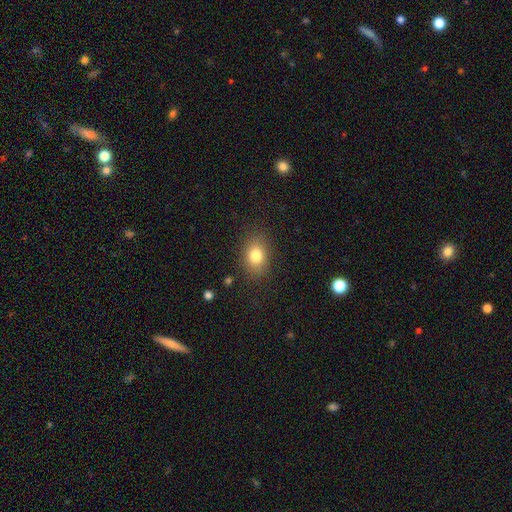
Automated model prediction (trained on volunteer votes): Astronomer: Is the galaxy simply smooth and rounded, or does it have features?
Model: smooth — 80%.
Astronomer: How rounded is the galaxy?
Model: in between — 67%.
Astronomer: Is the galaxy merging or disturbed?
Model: none — 84%.